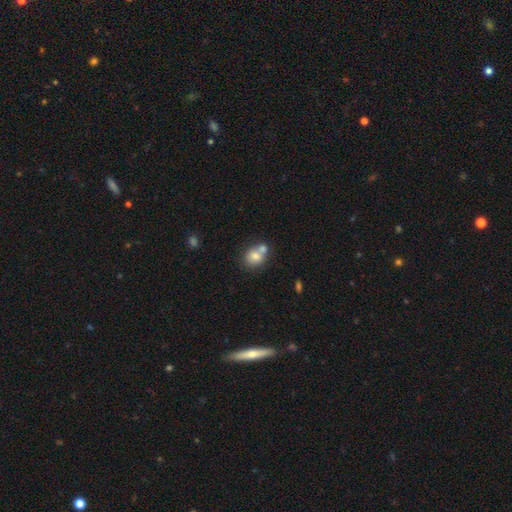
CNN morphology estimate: The model was most divided on "merging": merger: 49%, none: 38%, minor disturbance: 9%, major disturbance: 3%. More confident: smooth or featured — smooth (75%); how rounded — round (62%).